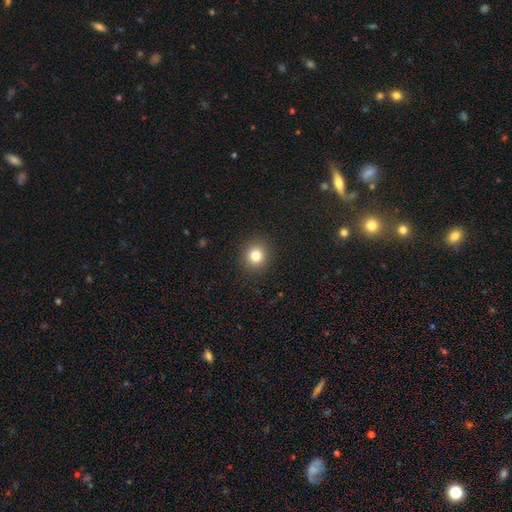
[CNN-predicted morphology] Smooth or featured? smooth (81%)
How rounded? round (88%)
Merging? none (91%)